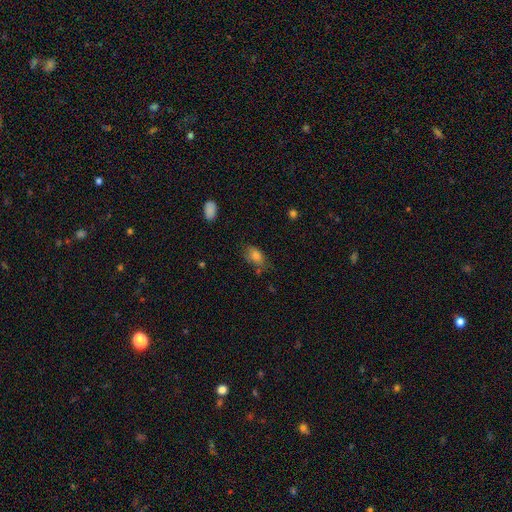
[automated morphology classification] This is likely a smooth galaxy (80%). How rounded: clearly in between (88%). Merging: likely none (63%).